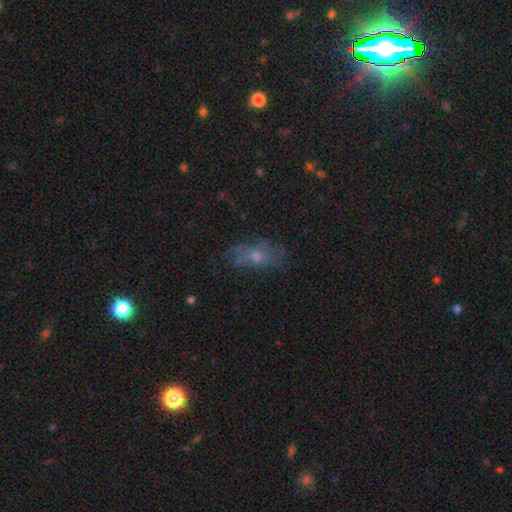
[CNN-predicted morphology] Smooth or featured? Predicted: smooth (p=0.45). Merging? Predicted: none (p=0.53).